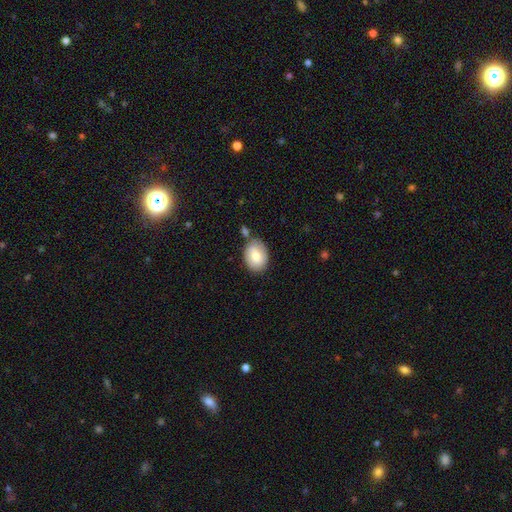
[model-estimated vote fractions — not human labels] smooth 73%, featured or disk 21%, star or artifact 6%. Down the decision tree: how rounded — in between (73%); merging — none (71%).